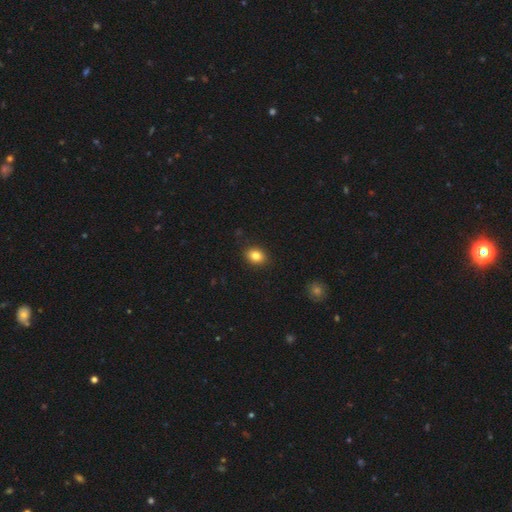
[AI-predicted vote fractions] Smooth or featured? Predicted: smooth (p=0.84). How rounded? Predicted: in between (p=0.59). Merging? Predicted: none (p=0.89).